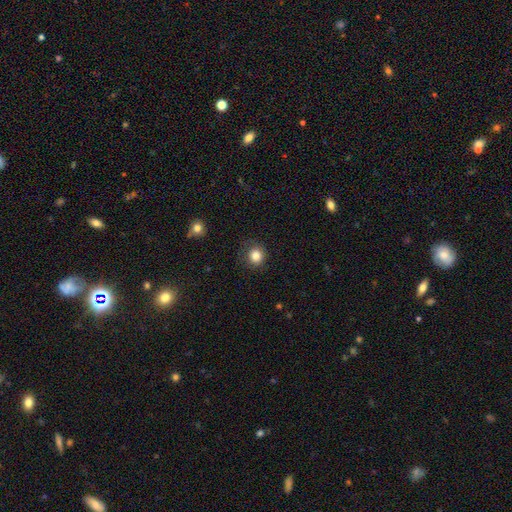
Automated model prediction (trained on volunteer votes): A smooth galaxy with no disk features (84%) that is round (87%).

Vote fractions:
- Smooth or featured? smooth: 84% / star or artifact: 11% / featured or disk: 5%
- How rounded? round: 87% / in between: 12% / cigar-shaped: 1%
- Merging? none: 80% / minor disturbance: 14% / major disturbance: 5% / merger: 1%